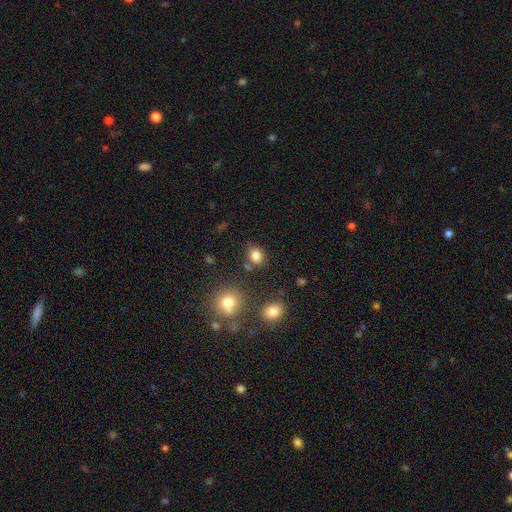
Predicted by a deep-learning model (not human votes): A smooth galaxy with no disk features (82%) that is in between round and cigar-shaped (52%). Merging: none (75%).